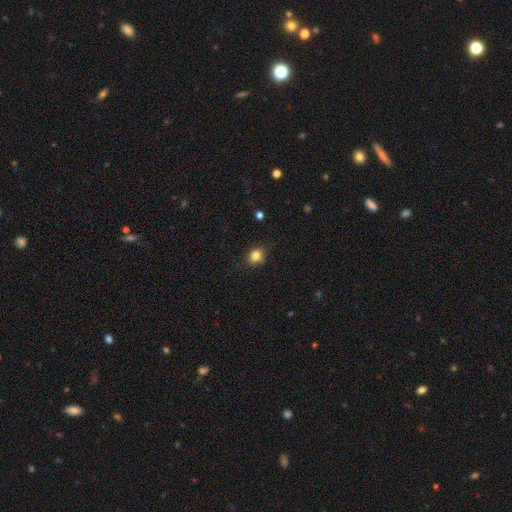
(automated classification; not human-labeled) Smooth or featured: smooth — 83% (star or artifact — 12%)
How rounded: round — 66% (in between — 33%)
Merging: none — 86% (minor disturbance — 11%)